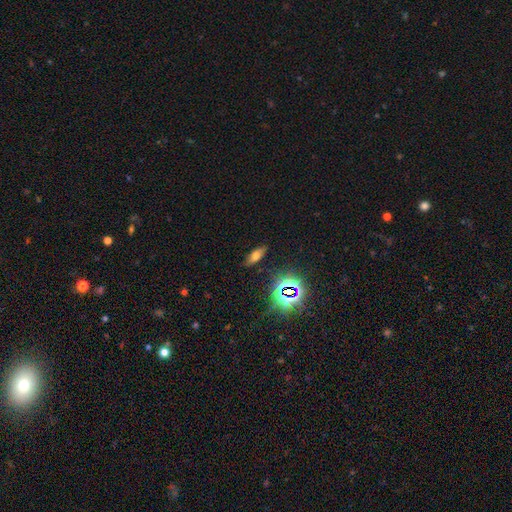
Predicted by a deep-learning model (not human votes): A smooth galaxy with no disk features (58%) that is in between round and cigar-shaped (73%). Merging: none (85%).